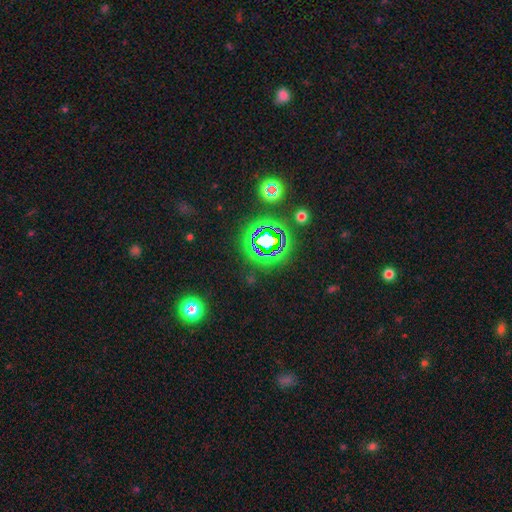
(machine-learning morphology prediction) This appears to be a star or artifact, not a galaxy (70%).